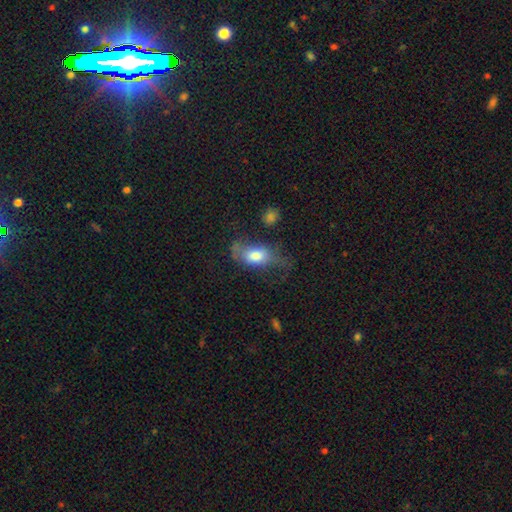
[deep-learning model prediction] Overall: smooth (67%). How rounded: in between (86%). Merging: major disturbance (36%; none 32%).